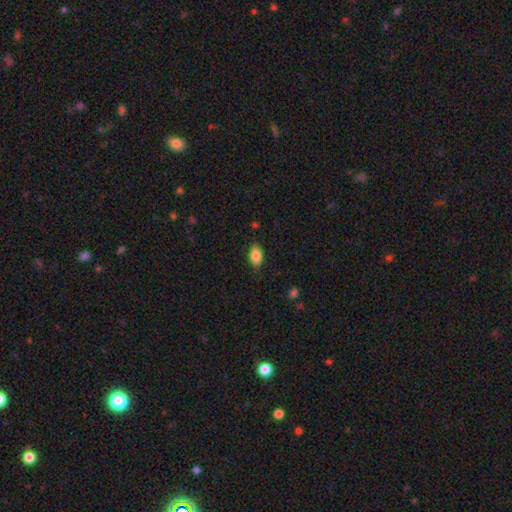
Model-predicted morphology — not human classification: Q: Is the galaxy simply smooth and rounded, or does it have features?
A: smooth — 83%.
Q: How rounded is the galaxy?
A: in between — 89%.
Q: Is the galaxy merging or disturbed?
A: none — 83%.